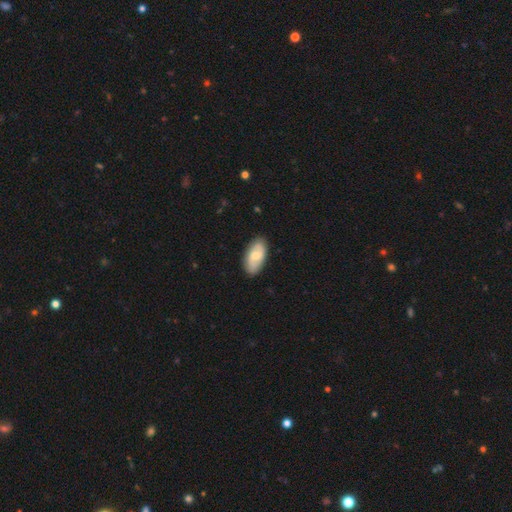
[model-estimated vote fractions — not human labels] The model was most divided on "smooth or featured": smooth: 57%, featured or disk: 38%, star or artifact: 6%. More confident: how rounded — in between (93%); merging — none (85%).